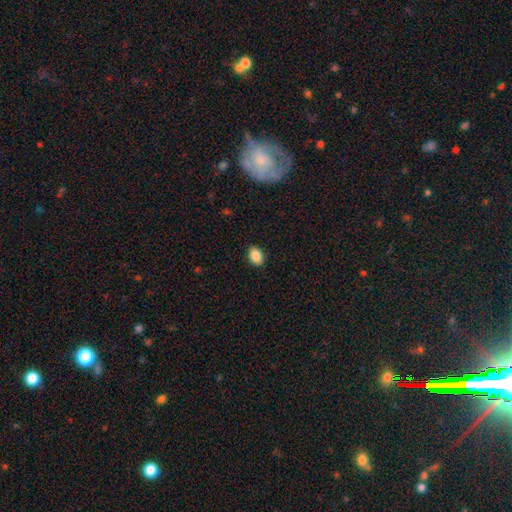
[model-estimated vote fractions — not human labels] Smooth or featured? smooth (88%)
How rounded? in between (81%)
Merging? none (89%)